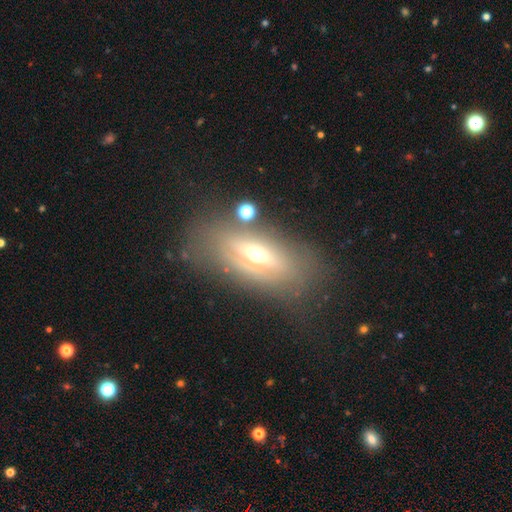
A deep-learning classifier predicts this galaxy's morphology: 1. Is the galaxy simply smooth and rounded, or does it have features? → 59% featured or disk, 31% smooth, 10% star or artifact.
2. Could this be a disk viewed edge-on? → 51% yes, 49% no.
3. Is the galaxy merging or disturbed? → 71% none, 17% minor disturbance, 8% major disturbance, 4% merger.